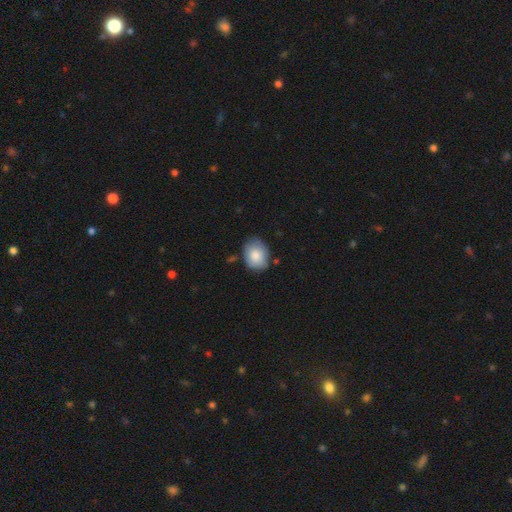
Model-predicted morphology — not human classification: This is clearly a smooth galaxy (85%). How rounded: likely in between (62%). Merging: likely none (73%).